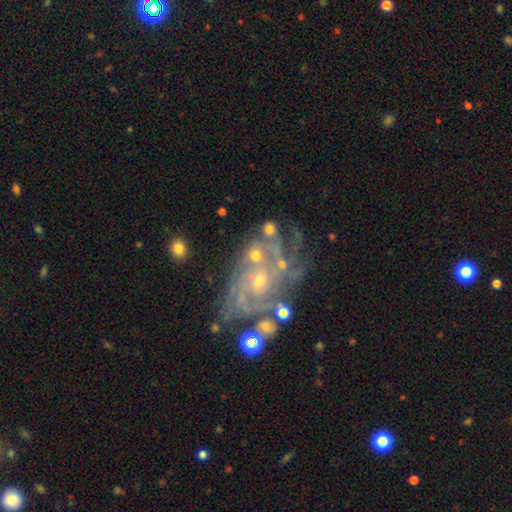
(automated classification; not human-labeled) This appears to be a featured or disk galaxy (70%) with no bar (76%), tight (55%) spiral arms (85%) and a small central bulge (69%). Merging: none (39%).